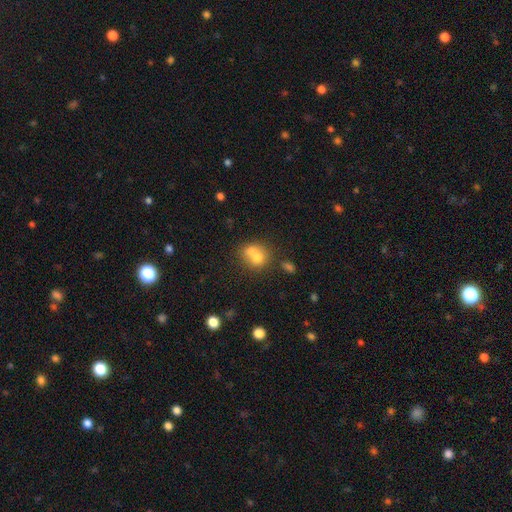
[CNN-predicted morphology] A smooth galaxy with no disk features (68%) that is round (69%). Merging: merger (61%).